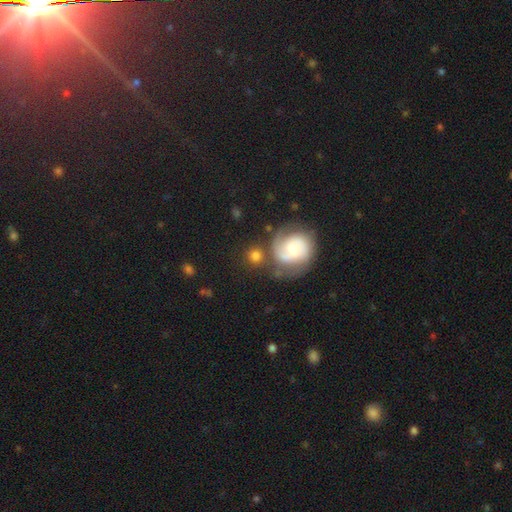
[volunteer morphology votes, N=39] Smooth or featured?
  - featured or disk: 62% *
  - smooth: 36%
  - star or artifact: 3%
Edge-on disk?
  - no: 100% *
  - yes: 0%
Bar?
  - weak: 92% *
  - no: 8%
  - strong: 0%
Spiral arms?
  - yes: 100% *
  - no: 0%
Spiral winding?
  - loose: 88% *
  - tight: 8%
  - medium: 4%
Spiral arm count?
  - 2: 100% *
  - 1: 0%
  - 3: 0%
  - 4: 0%
  - more than 4: 0%
  - can't tell: 0%
Bulge size?
  - moderate: 96% *
  - small: 4%
  - dominant: 0%
  - large: 0%
  - none: 0%
Merging?
  - minor disturbance: 58% *
  - none: 32%
  - merger: 8%
  - major disturbance: 3%